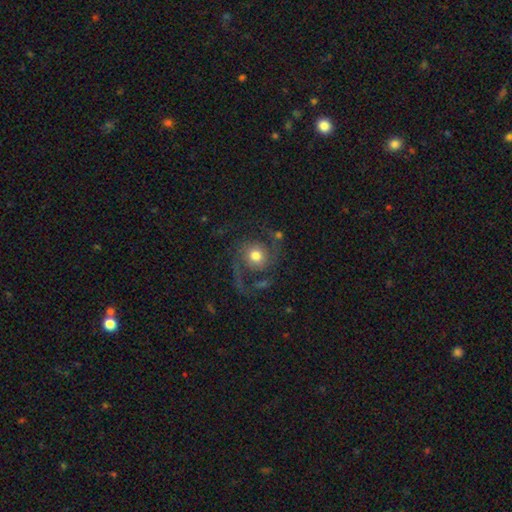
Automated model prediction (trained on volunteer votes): Smooth or featured?
  - featured or disk: 73% *
  - smooth: 19%
  - star or artifact: 8%
Edge-on disk?
  - no: 98% *
  - yes: 2%
Bar?
  - no: 73% *
  - weak: 22%
  - strong: 5%
Spiral arms?
  - yes: 92% *
  - no: 8%
Spiral winding?
  - loose: 45% *
  - medium: 43%
  - tight: 12%
Spiral arm count?
  - 2: 81% *
  - 1: 6%
  - can't tell: 5%
  - 3: 4%
  - 4: 2%
  - more than 4: 2%
Bulge size?
  - moderate: 66% *
  - large: 17%
  - small: 13%
  - dominant: 2%
  - none: 2%
Merging?
  - none: 61% *
  - major disturbance: 21%
  - minor disturbance: 15%
  - merger: 3%